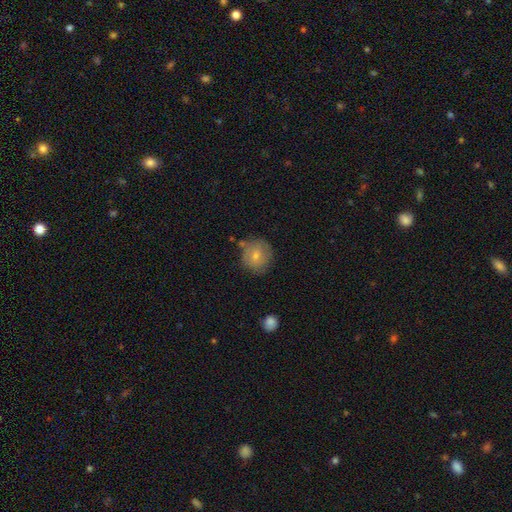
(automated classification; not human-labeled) This appears to be a smooth galaxy with no disk features (73%) that is round (87%). Merging: none (70%).